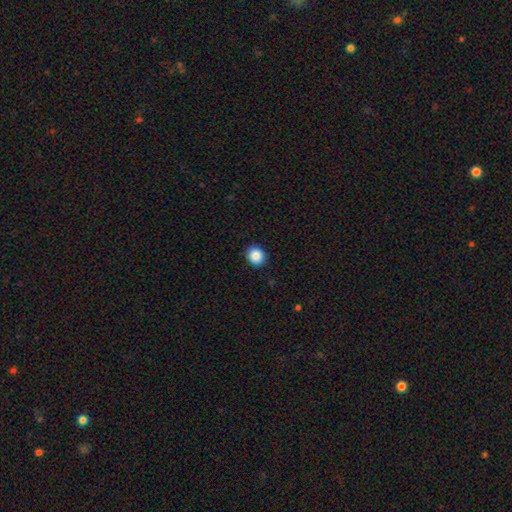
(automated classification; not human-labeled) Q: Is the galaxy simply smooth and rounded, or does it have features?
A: smooth — 88%.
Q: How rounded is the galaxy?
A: round — 82%.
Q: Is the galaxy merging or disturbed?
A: none — 91%.